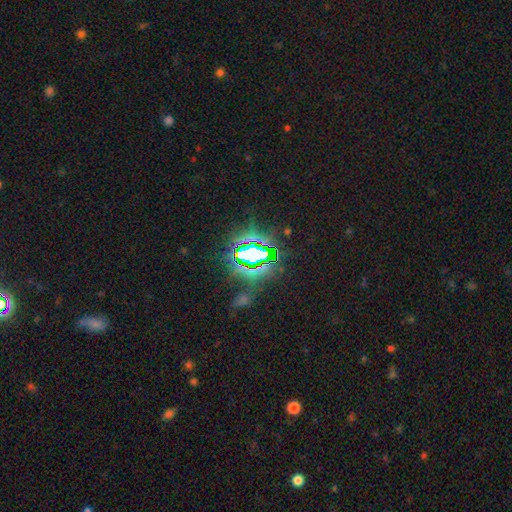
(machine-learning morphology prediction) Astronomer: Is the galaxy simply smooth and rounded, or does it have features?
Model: star or artifact — 83%.